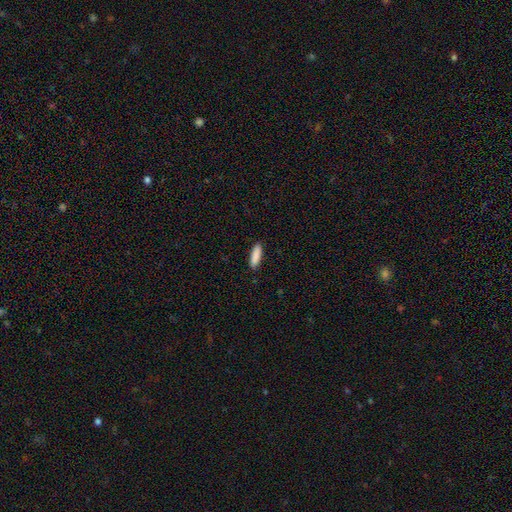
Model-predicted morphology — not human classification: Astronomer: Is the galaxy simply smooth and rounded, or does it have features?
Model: smooth — 89%.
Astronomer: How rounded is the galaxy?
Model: cigar-shaped — 59% (runner-up: in between, 40%).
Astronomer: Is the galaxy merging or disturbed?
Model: none — 89%.